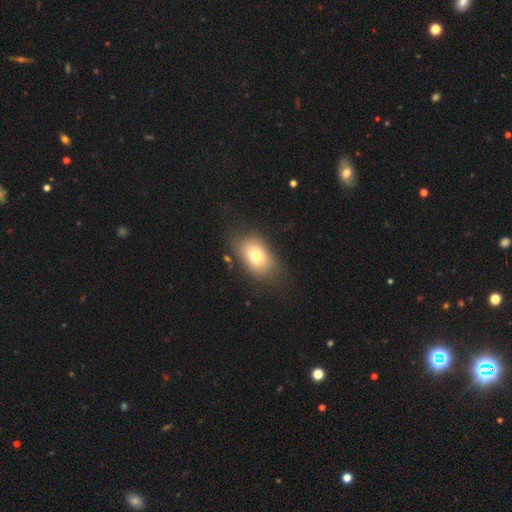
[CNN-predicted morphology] Smooth or featured? smooth (74%)
How rounded? in between (81%)
Merging? none (73%)